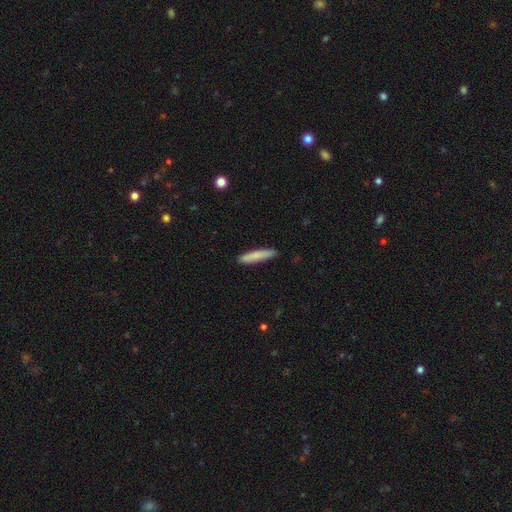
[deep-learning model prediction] smooth-or-featured: smooth: 80% | featured or disk: 14% | star or artifact: 6%
  how-rounded: cigar-shaped: 89% | in between: 9% | round: 1%
  merging: none: 88% | minor disturbance: 9% | major disturbance: 2% | merger: 1%